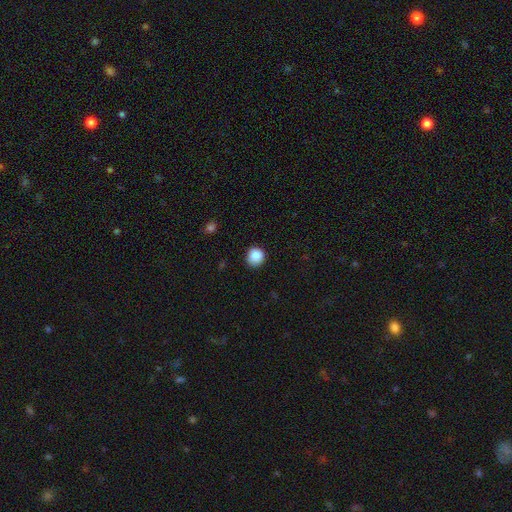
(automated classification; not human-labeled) Smooth or featured? smooth (88%)
How rounded? round (90%)
Merging? none (88%)